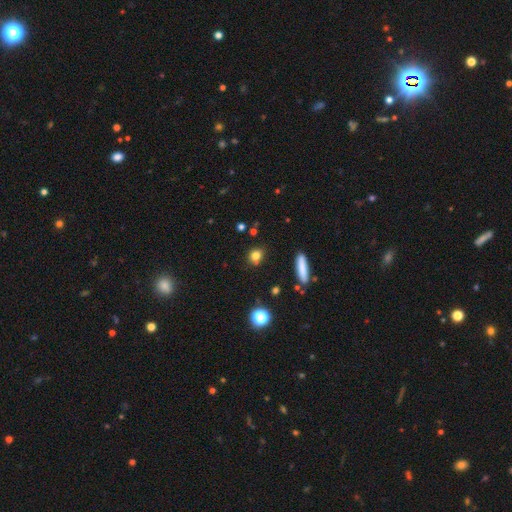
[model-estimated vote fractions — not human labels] This is likely a smooth galaxy (79%). How rounded: likely round (65%). Merging: clearly none (81%).